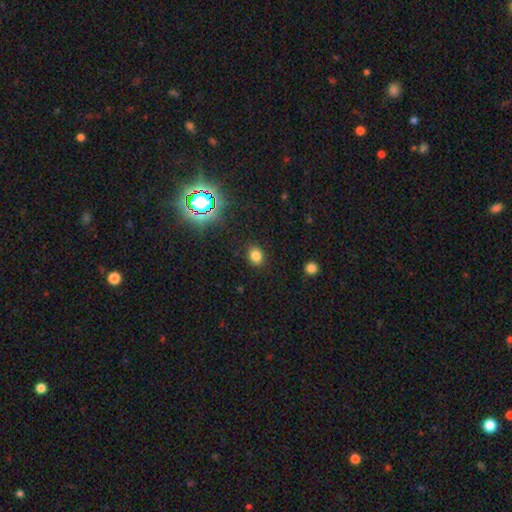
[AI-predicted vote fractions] This appears to be a smooth galaxy with no disk features (79%) that is round (59%). Merging: none (88%).